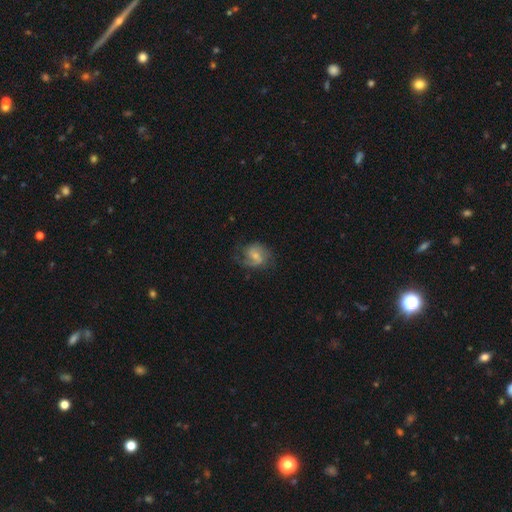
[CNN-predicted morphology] This appears to be a featured or disk galaxy (70%) with a weak bar (51%), 2 (77%) medium (49%) spiral arms (93%) and a small central bulge (52%). Merging: none (67%).